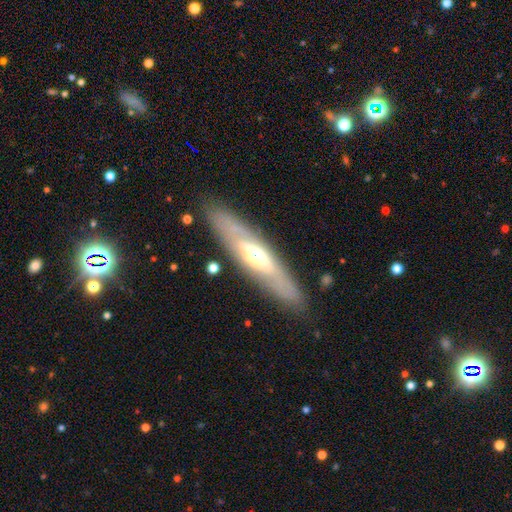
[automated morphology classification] Smooth or featured? Predicted: featured or disk (p=0.65). Edge-on disk? Predicted: yes (p=0.56). Merging? Predicted: none (p=0.84).